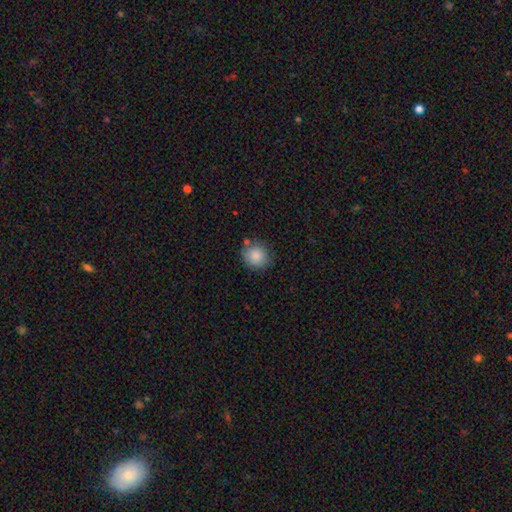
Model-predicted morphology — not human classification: Overall: smooth (87%). How rounded: round (87%). Merging: none (79%).